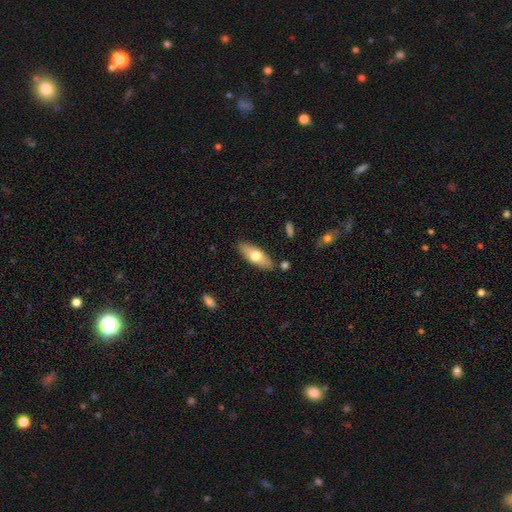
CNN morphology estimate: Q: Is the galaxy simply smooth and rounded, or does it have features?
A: smooth — 63%.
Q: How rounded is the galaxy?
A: in between — 71%.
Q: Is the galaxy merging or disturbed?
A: none — 85%.